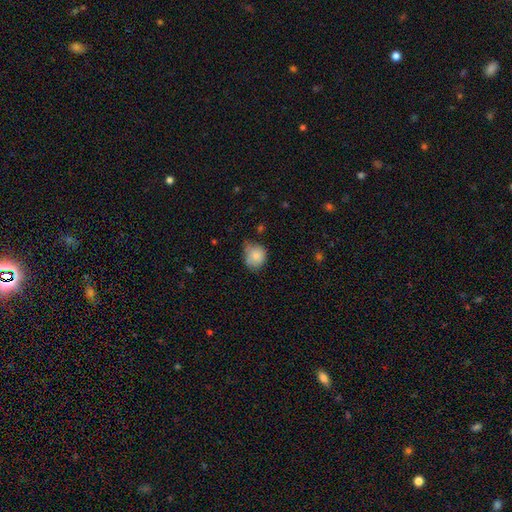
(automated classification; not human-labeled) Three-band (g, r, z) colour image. It shows a smooth galaxy with no disk features (81%) that is round (69%). Merging: none (49%).